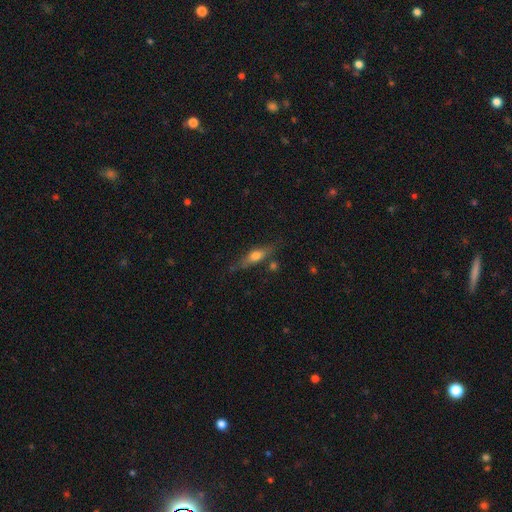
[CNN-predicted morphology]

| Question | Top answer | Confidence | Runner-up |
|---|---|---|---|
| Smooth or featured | smooth | 50% | featured or disk (43%) |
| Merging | none | 71% | minor disturbance (18%) |